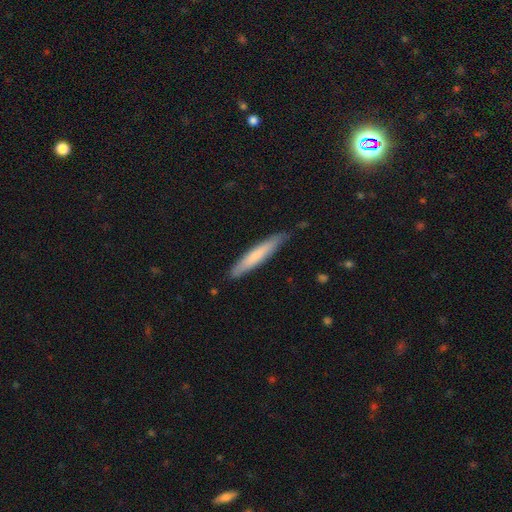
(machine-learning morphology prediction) Smooth or featured: smooth — 68% (featured or disk — 26%)
How rounded: cigar-shaped — 93% (in between — 6%)
Merging: none — 83% (minor disturbance — 13%)